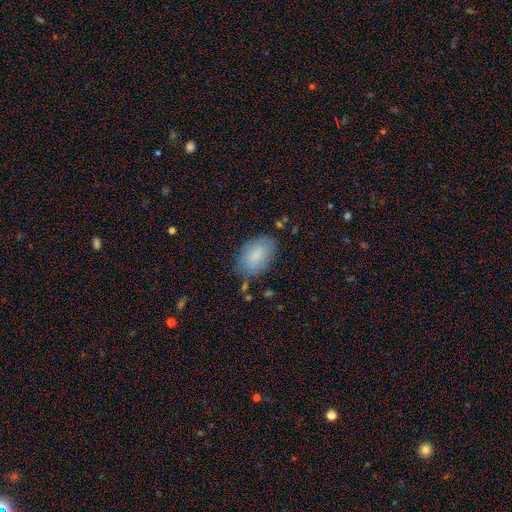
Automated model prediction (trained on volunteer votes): smooth_or_featured: smooth (p=0.82) [alt: featured or disk p=0.12]
how_rounded: in between (p=0.93) [alt: round p=0.06]
merging: none (p=0.74) [alt: minor disturbance p=0.19]